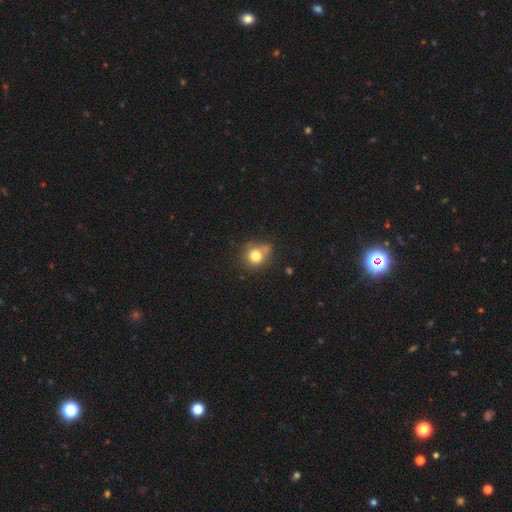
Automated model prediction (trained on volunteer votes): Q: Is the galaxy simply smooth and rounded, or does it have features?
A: smooth — 79%.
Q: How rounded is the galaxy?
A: round — 85%.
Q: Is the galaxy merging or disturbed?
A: none — 57%.